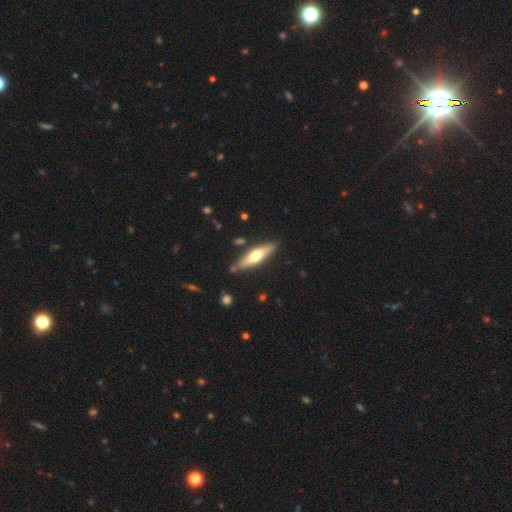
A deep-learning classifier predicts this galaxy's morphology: Q: Smooth or featured?
A: smooth (48%); runner-up: featured or disk (46%)
Q: Merging?
A: none (83%); runner-up: minor disturbance (11%)